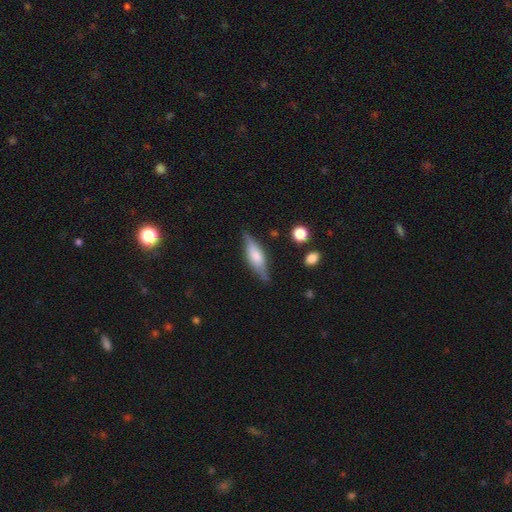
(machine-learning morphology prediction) A smooth galaxy with no disk features (47%, tied with featured or disk).

Vote fractions:
- Smooth or featured? smooth: 47% (tied) / featured or disk: 47% (tied) / star or artifact: 6%
- Merging? none: 78% / minor disturbance: 16% / major disturbance: 4% / merger: 2%